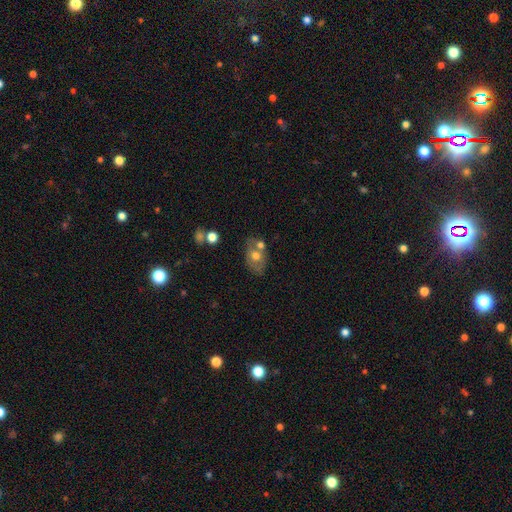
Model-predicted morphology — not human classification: This appears to be a smooth galaxy with no disk features (57%) that is in between round and cigar-shaped (78%). Merging: none (49%).